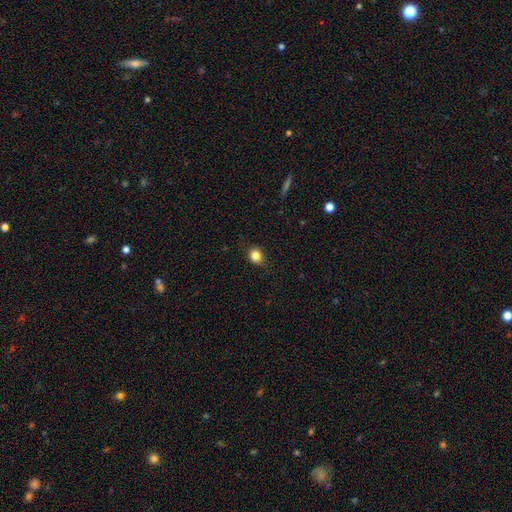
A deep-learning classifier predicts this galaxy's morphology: Smooth or featured?
  - smooth: 84% *
  - star or artifact: 11%
  - featured or disk: 5%
How rounded?
  - round: 74% *
  - in between: 25%
  - cigar-shaped: 1%
Merging?
  - none: 83% *
  - minor disturbance: 13%
  - major disturbance: 3%
  - merger: 1%